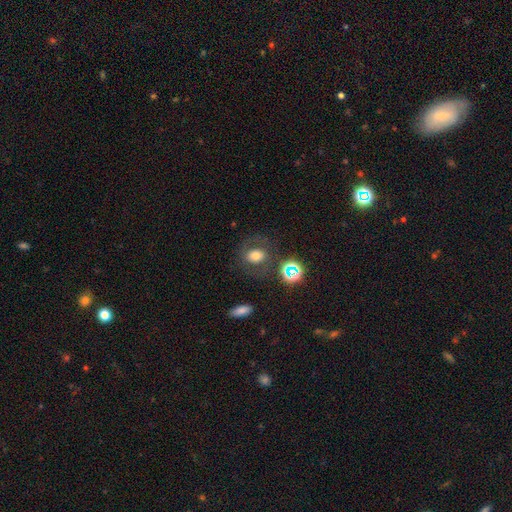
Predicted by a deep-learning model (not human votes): Smooth or featured? Predicted: smooth (p=0.58). How rounded? Predicted: round (p=0.56). Merging? Predicted: none (p=0.70).